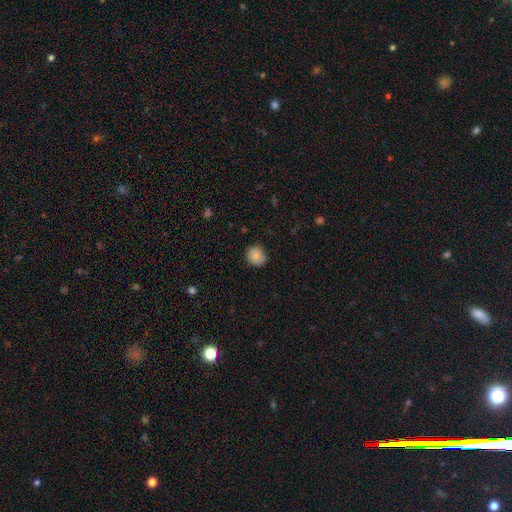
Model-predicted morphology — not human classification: smooth 81%, featured or disk 10%, star or artifact 8%. Down the decision tree: how rounded — round (83%); merging — none (77%).